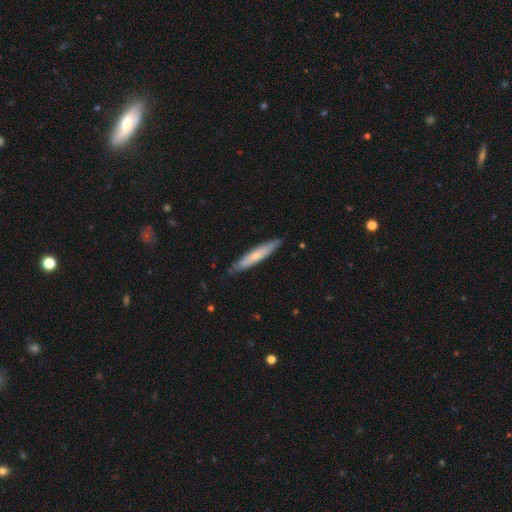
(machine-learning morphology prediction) This is possibly a smooth galaxy (56%). How rounded: clearly cigar-shaped (92%). Merging: clearly none (82%).